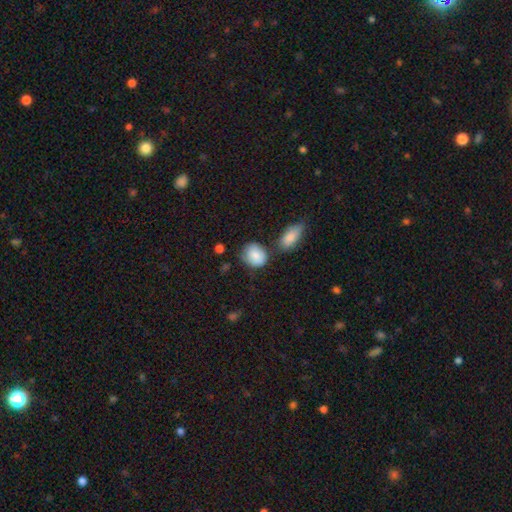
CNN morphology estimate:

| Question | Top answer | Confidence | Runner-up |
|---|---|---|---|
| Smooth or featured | smooth | 86% | featured or disk (8%) |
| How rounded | round | 57% | in between (42%) |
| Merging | none | 58% | minor disturbance (23%) |